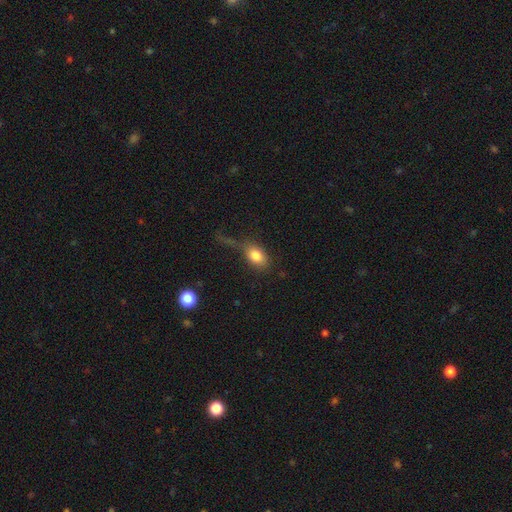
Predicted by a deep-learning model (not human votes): Smooth or featured: smooth — 80% (featured or disk — 11%)
How rounded: in between — 82% (round — 15%)
Merging: none — 50% (major disturbance — 24%)